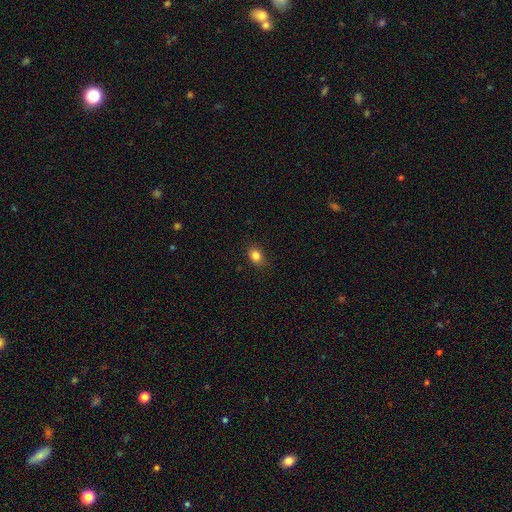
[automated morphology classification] The model was most divided on "how rounded": in between: 63%, round: 36%, cigar-shaped: 1%. More confident: merging — none (86%); smooth or featured — smooth (84%).